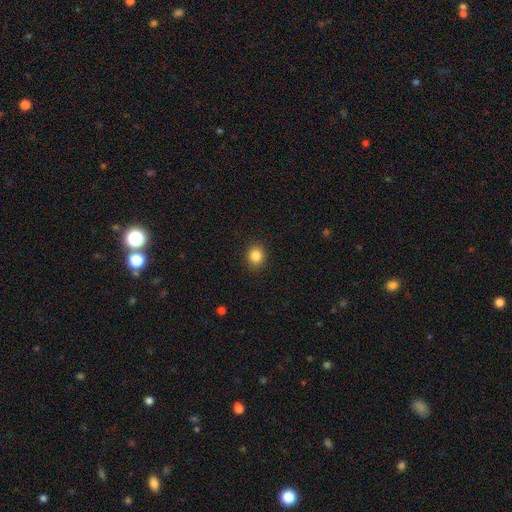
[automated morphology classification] smooth 85%, star or artifact 10%, featured or disk 4%. Down the decision tree: how rounded — round (72%); merging — none (90%).